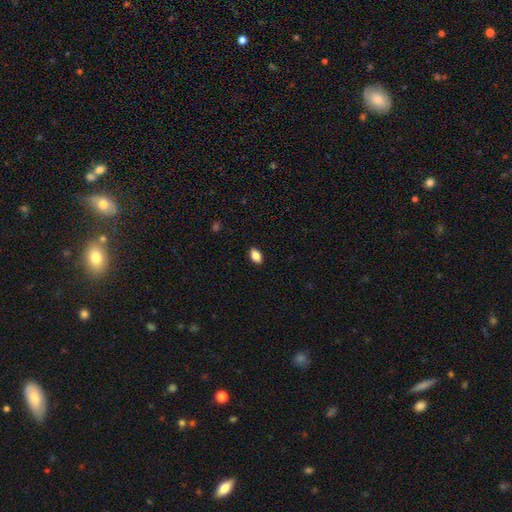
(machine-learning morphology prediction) smooth 87%, star or artifact 8%, featured or disk 5%. Down the decision tree: how rounded — in between (90%); merging — none (89%).